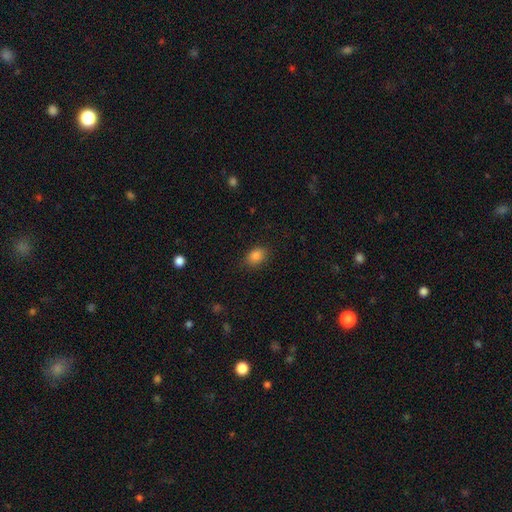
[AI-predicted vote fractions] smooth 85%, star or artifact 10%, featured or disk 4%. Down the decision tree: how rounded — in between (66%); merging — none (85%).